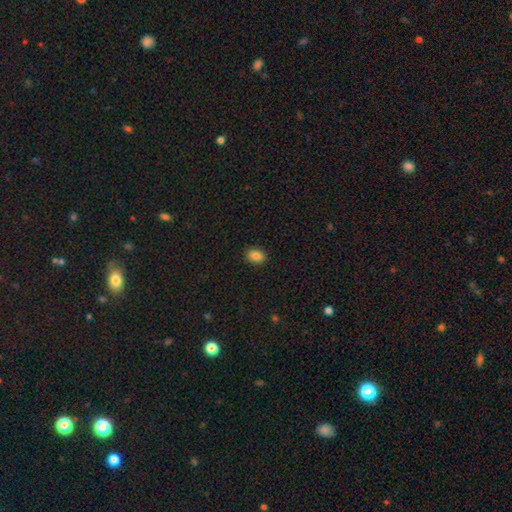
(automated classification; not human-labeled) smooth 85%, star or artifact 10%, featured or disk 6%. Down the decision tree: how rounded — in between (71%); merging — none (90%).